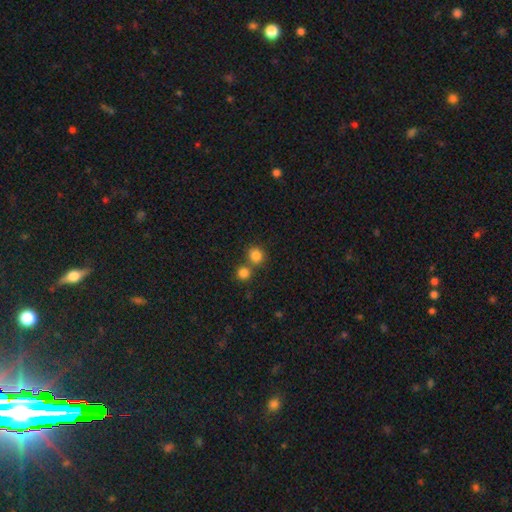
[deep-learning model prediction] Morphology: type=smooth (83%); roundness=round (79%); merging=none (57%).